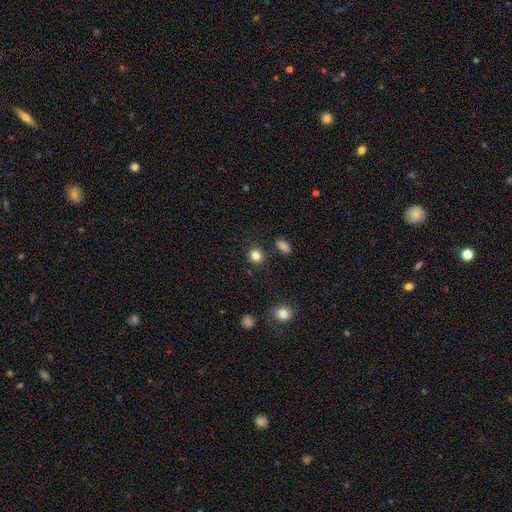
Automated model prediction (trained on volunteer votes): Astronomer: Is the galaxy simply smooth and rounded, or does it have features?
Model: smooth — 83%.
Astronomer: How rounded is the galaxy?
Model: round — 86%.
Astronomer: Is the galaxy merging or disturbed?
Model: none — 87%.